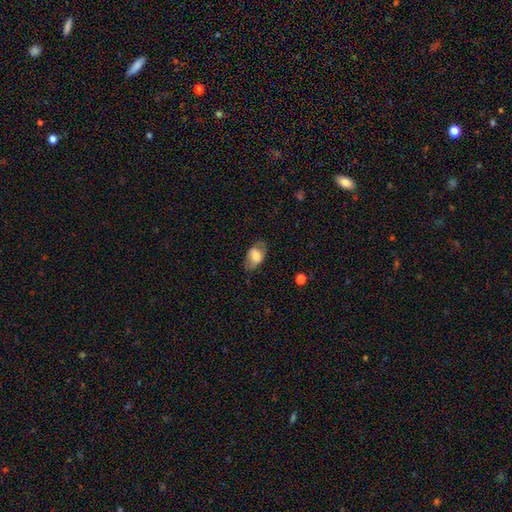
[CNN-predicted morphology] Q: Smooth or featured?
A: smooth (60%); runner-up: featured or disk (33%)
Q: How rounded?
A: in between (89%); runner-up: round (9%)
Q: Merging?
A: none (70%); runner-up: minor disturbance (20%)